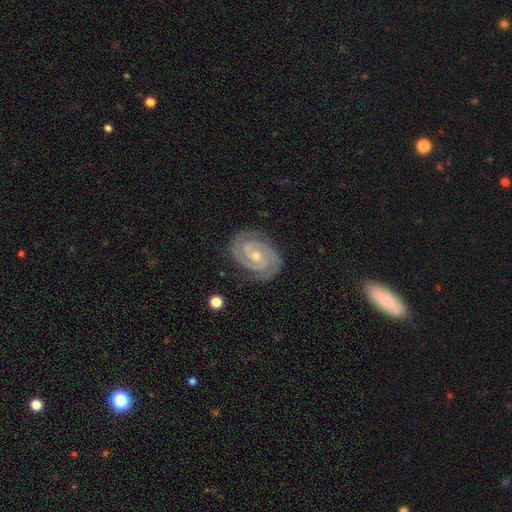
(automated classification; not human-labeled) Morphology: type=featured or disk (91%); edge-on=no (98%); bar=no (49%); spiral arms=yes (98%); winding=tight (69%); arm count=2 (83%); bulge=small (61%); merging=none (83%).